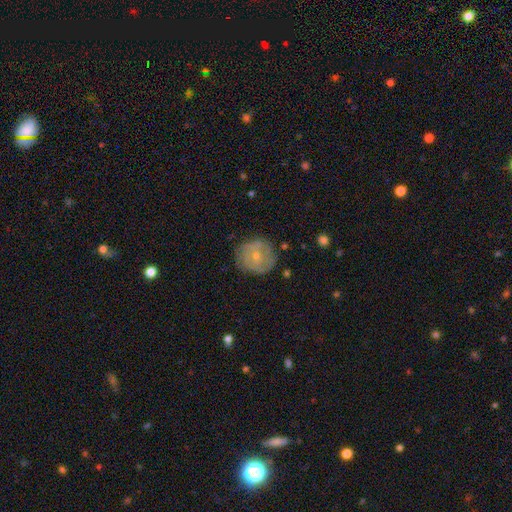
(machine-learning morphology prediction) smooth 48%, featured or disk 45%, star or artifact 8%. Down the decision tree: merging — none (73%).